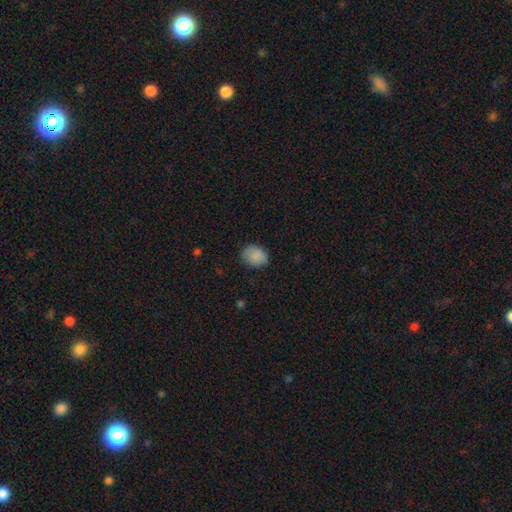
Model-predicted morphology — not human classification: type=smooth (87%); roundness=in between (50%); merging=none (80%).